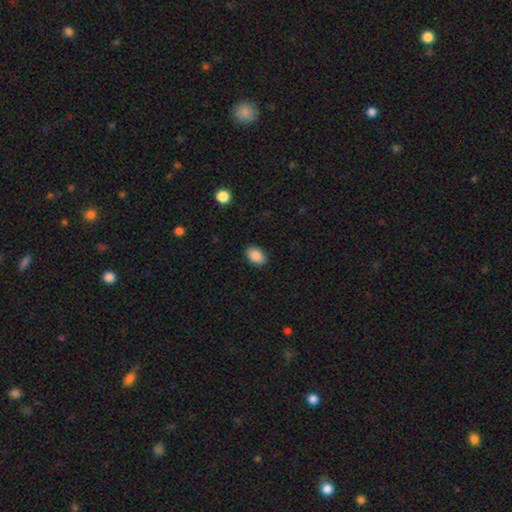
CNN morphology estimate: type=smooth (89%); roundness=in between (87%); merging=none (88%).